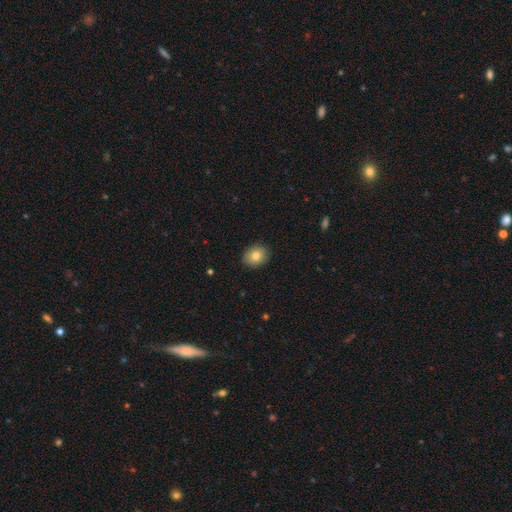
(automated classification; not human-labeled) Morphology: type=smooth (81%); roundness=in between (50%); merging=none (89%).